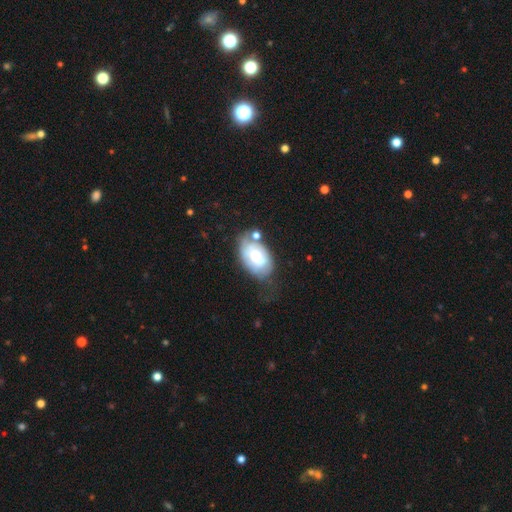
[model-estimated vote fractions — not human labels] Smooth or featured? Predicted: smooth (p=0.47). Merging? Predicted: none (p=0.44).